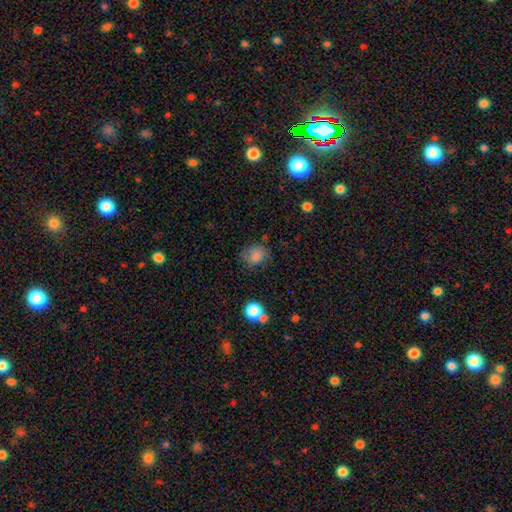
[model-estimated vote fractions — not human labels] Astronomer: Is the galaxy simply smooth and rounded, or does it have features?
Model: smooth — 82%.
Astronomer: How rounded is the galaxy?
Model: round — 64%.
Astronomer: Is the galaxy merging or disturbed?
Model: none — 67%.